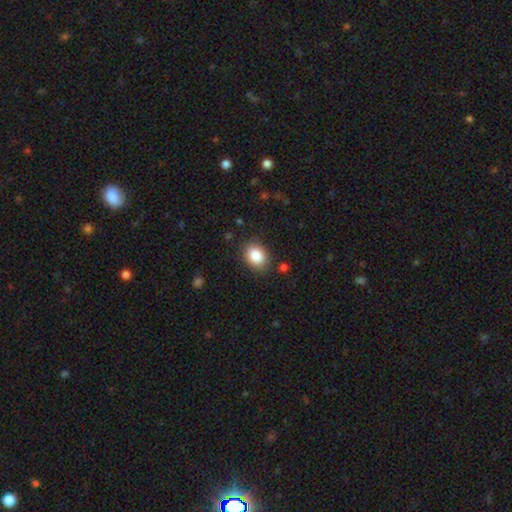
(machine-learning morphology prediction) Smooth or featured? smooth (86%)
How rounded? in between (58%)
Merging? none (85%)